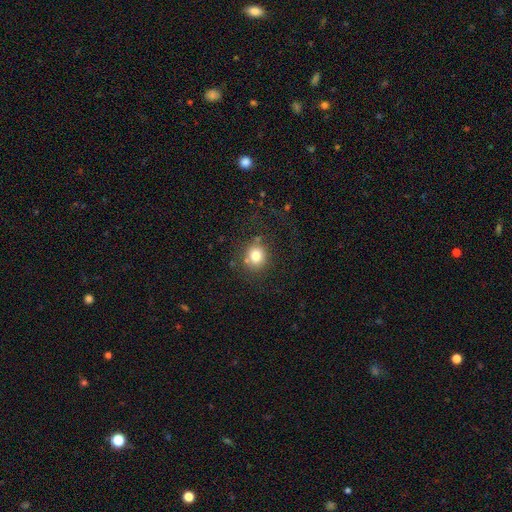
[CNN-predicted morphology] Smooth or featured?
  - smooth: 79% *
  - star or artifact: 12%
  - featured or disk: 9%
How rounded?
  - round: 83% *
  - in between: 16%
  - cigar-shaped: 1%
Merging?
  - none: 76% *
  - minor disturbance: 13%
  - major disturbance: 6%
  - merger: 5%